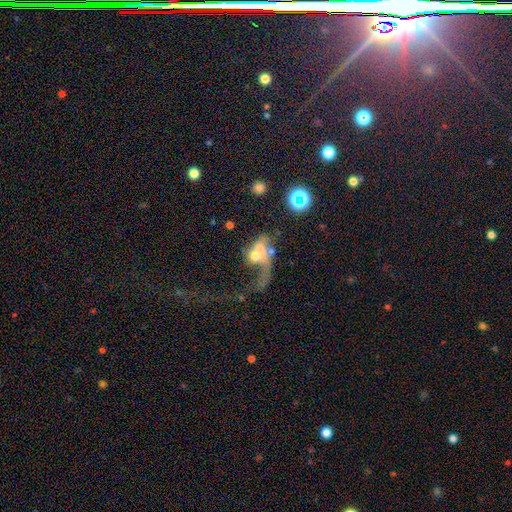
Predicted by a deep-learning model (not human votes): Overall: featured or disk (53%; smooth 33%). Edge-on disk: no (95%). Bar: no (77%). Spiral arms: no (51%; yes 49%). Bulge size: moderate (45%; small 23%). Merging: major disturbance (43%; merger 36%).